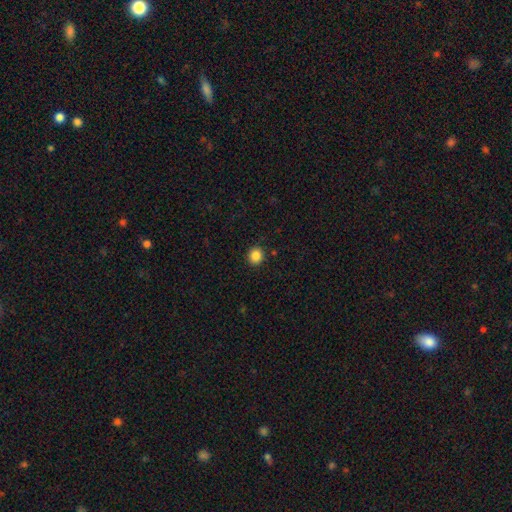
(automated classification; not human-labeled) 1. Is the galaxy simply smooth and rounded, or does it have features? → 86% smooth, 11% star or artifact, 4% featured or disk.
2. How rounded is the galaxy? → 87% round, 12% in between, 1% cigar-shaped.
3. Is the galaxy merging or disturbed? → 91% none, 6% minor disturbance, 2% major disturbance, 1% merger.